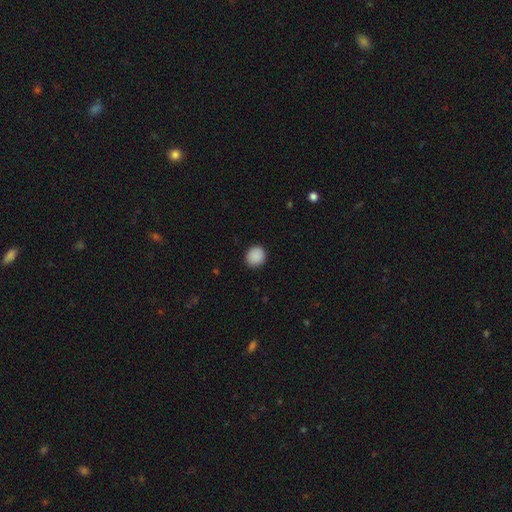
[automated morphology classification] smooth-or-featured: smooth: 90% | star or artifact: 8% | featured or disk: 2%
  how-rounded: round: 85% | in between: 14% | cigar-shaped: 1%
  merging: none: 91% | minor disturbance: 6% | major disturbance: 2% | merger: 1%